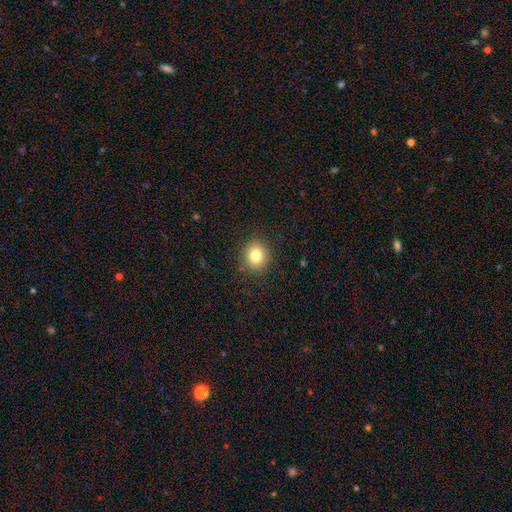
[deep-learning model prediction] This is clearly a smooth galaxy (80%). How rounded: clearly round (81%). Merging: clearly none (89%).